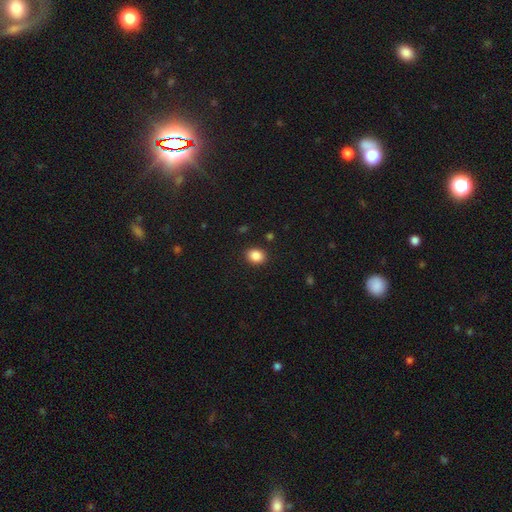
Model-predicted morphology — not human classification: Q: Smooth or featured?
A: smooth (87%); runner-up: star or artifact (9%)
Q: How rounded?
A: round (52%); runner-up: in between (47%)
Q: Merging?
A: none (90%); runner-up: minor disturbance (7%)